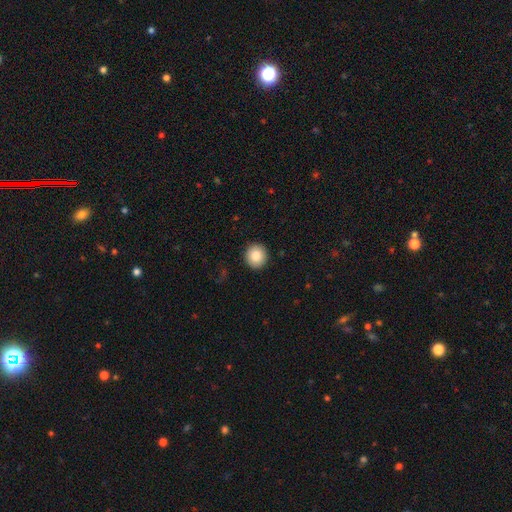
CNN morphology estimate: Overall: smooth (85%). How rounded: round (92%). Merging: none (93%).